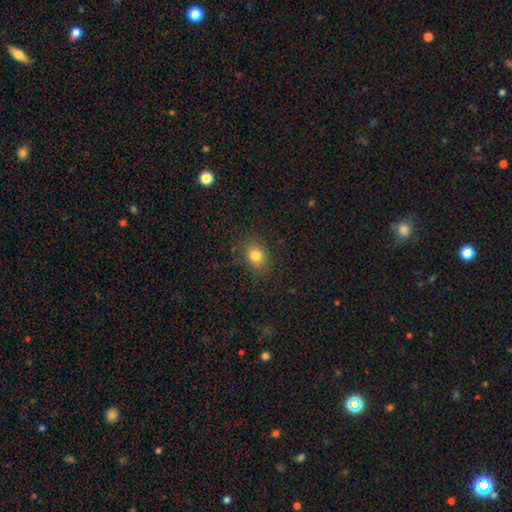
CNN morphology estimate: A smooth galaxy with no disk features (80%) that is round (54%).

Vote fractions:
- Smooth or featured? smooth: 80% / star or artifact: 13% / featured or disk: 7%
- How rounded? round: 54% / in between: 45% / cigar-shaped: 1%
- Merging? none: 81% / minor disturbance: 13% / major disturbance: 4% / merger: 1%